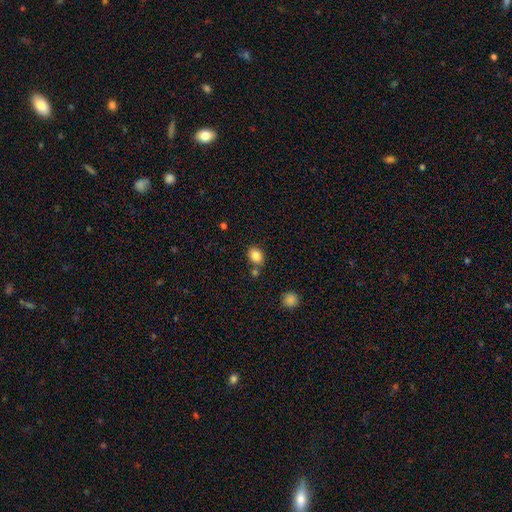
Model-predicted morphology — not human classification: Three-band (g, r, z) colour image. It shows a smooth galaxy with no disk features (85%) that is in between round and cigar-shaped (63%). Merging: none (72%).